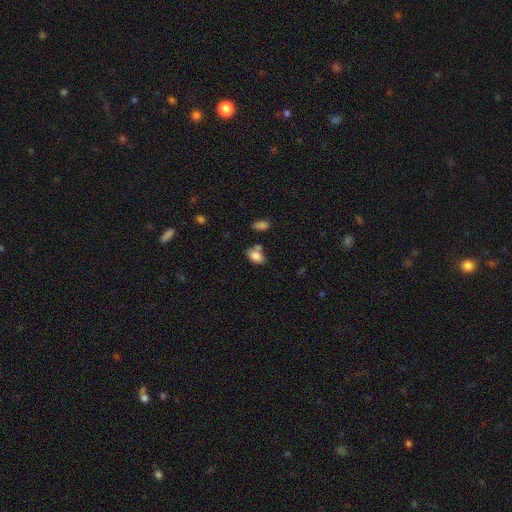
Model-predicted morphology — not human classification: smooth 83%, featured or disk 9%, star or artifact 8%. Down the decision tree: how rounded — in between (90%); merging — none (59%).